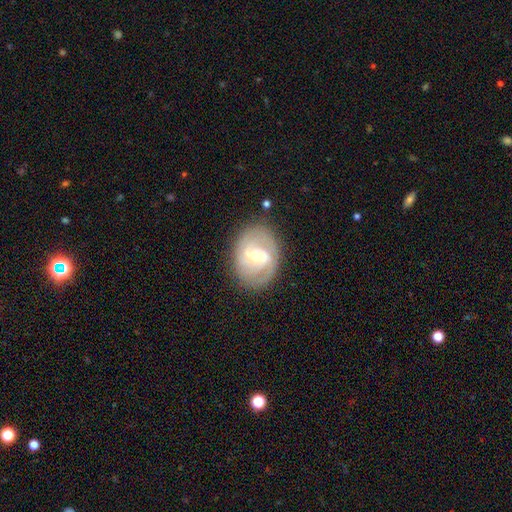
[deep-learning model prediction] featured or disk 81%, smooth 14%, star or artifact 6%. Down the decision tree: edge-on disk — no (97%); bar — weak (53%); spiral arms — yes (93%); spiral arm count — 2 (48%); spiral winding — tight (53%); bulge size — moderate (55%); merging — none (80%).